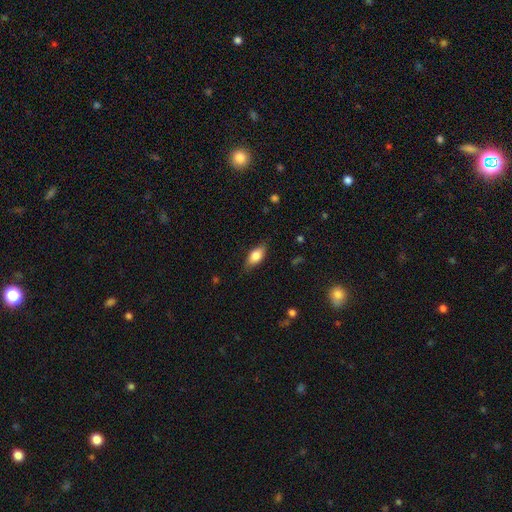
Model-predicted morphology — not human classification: Overall: smooth (77%). How rounded: in between (87%). Merging: none (79%).